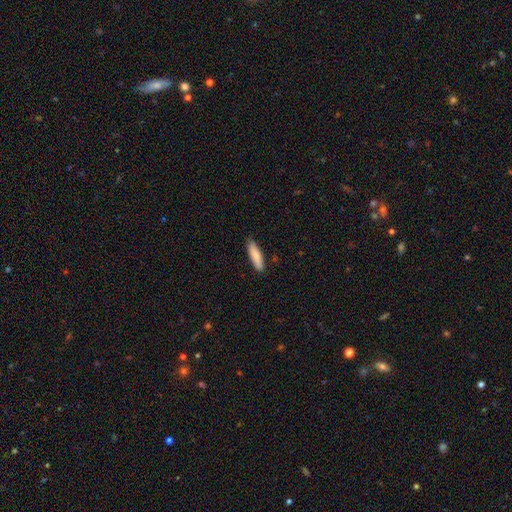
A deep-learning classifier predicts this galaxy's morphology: smooth-or-featured: smooth: 84% | featured or disk: 10% | star or artifact: 6%
  how-rounded: cigar-shaped: 68% | in between: 30% | round: 1%
  merging: none: 87% | minor disturbance: 10% | major disturbance: 2% | merger: 1%